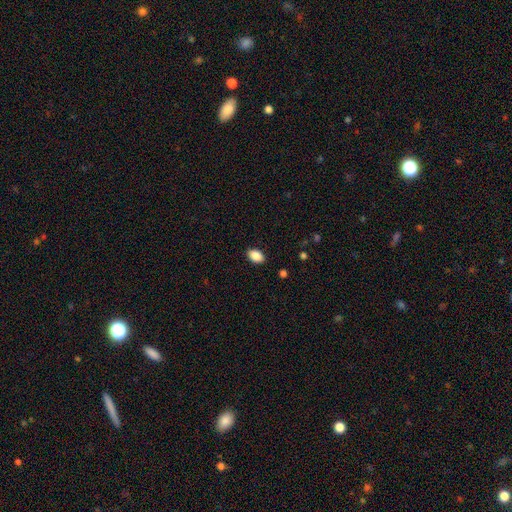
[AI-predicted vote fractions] smooth_or_featured: smooth (p=0.89) [alt: star or artifact p=0.08]
how_rounded: in between (p=0.88) [alt: round p=0.11]
merging: none (p=0.89) [alt: minor disturbance p=0.08]